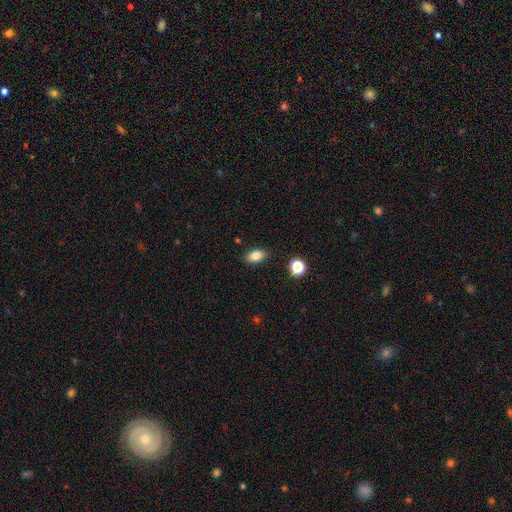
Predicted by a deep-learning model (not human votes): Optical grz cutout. It shows a smooth galaxy with no disk features (81%) that is in between round and cigar-shaped (86%). Merging: none (86%).